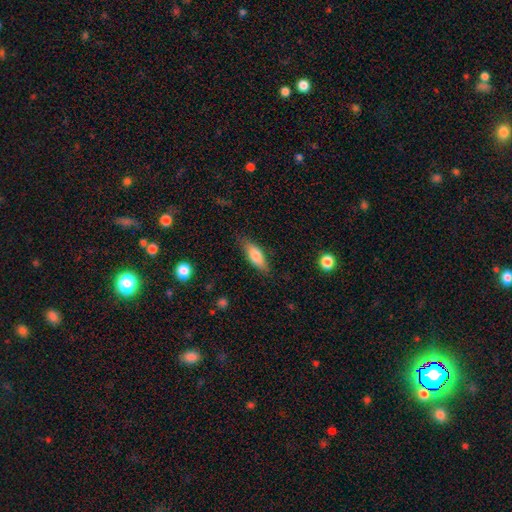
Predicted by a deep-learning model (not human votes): smooth 76%, featured or disk 18%, star or artifact 6%. Down the decision tree: how rounded — in between (66%); merging — none (79%).